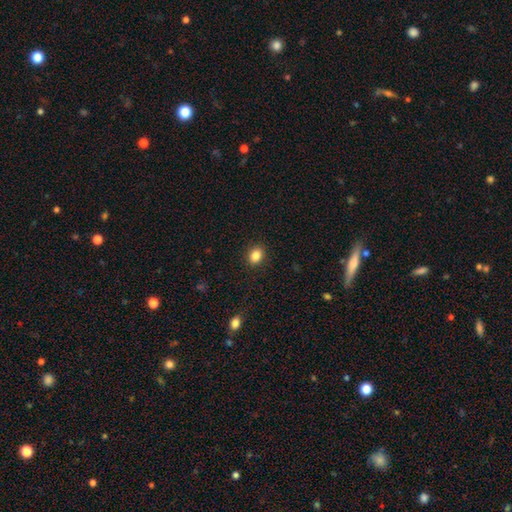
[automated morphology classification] Overall: smooth (85%). How rounded: in between (55%; round 44%). Merging: none (90%).